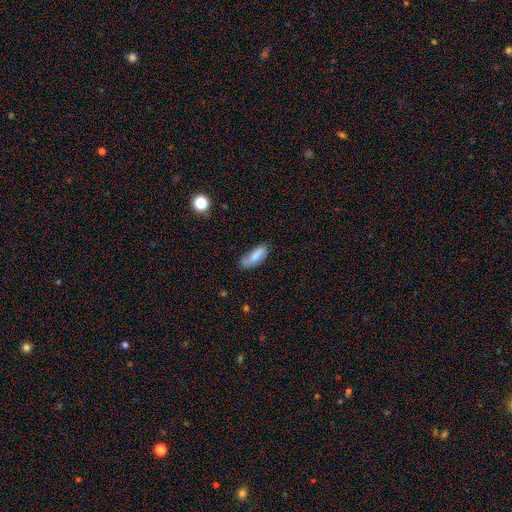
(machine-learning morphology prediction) smooth_or_featured: smooth (p=0.74) [alt: featured or disk p=0.18]
how_rounded: in between (p=0.72) [alt: cigar-shaped p=0.26]
merging: none (p=0.61) [alt: minor disturbance p=0.29]